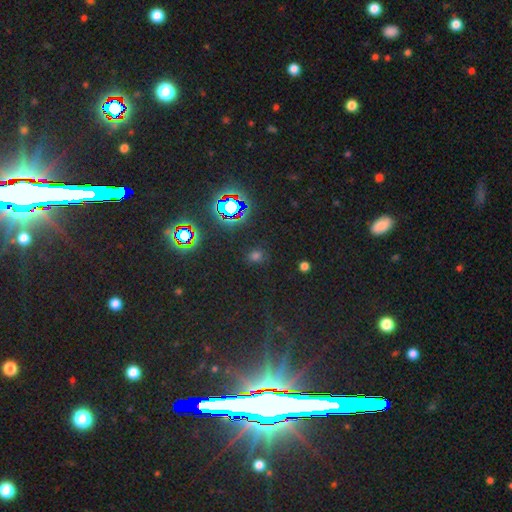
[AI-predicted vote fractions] A smooth galaxy with no disk features (50%) that is round (77%).

Vote fractions:
- Smooth or featured? smooth: 50% / star or artifact: 43% / featured or disk: 6%
- How rounded? round: 77% / in between: 21% / cigar-shaped: 2%
- Merging? none: 87% / minor disturbance: 8% / major disturbance: 3% / merger: 2%